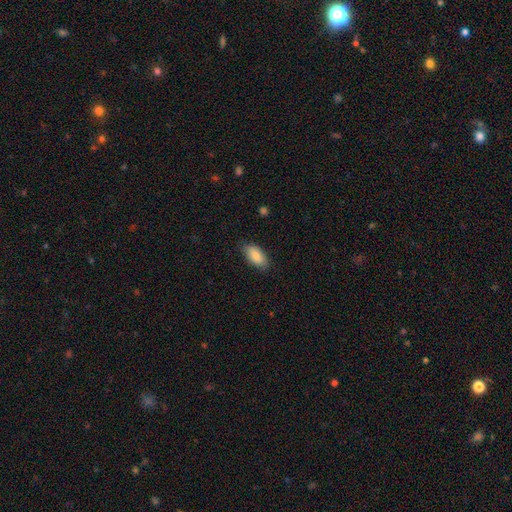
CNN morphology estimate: Smooth or featured: smooth — 84% (featured or disk — 10%)
How rounded: in between — 92% (cigar-shaped — 5%)
Merging: none — 81% (minor disturbance — 15%)